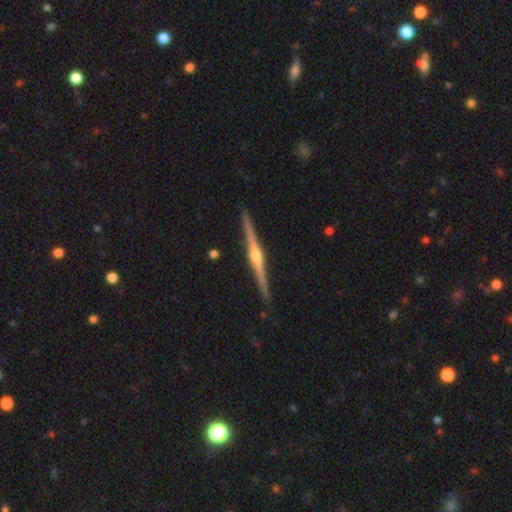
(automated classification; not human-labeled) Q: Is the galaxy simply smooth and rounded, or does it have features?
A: featured or disk — 86%.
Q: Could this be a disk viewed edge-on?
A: yes — 99%.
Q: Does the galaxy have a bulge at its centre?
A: rounded — 91%.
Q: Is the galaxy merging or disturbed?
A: none — 92%.